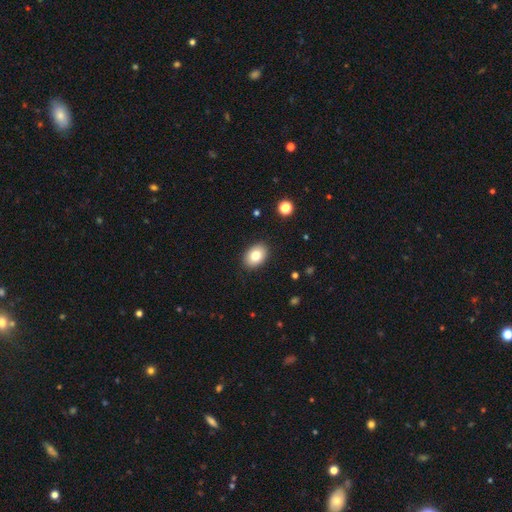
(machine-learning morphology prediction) Smooth or featured?
  - smooth: 81% *
  - featured or disk: 11%
  - star or artifact: 8%
How rounded?
  - in between: 76% *
  - round: 23%
  - cigar-shaped: 1%
Merging?
  - none: 89% *
  - minor disturbance: 8%
  - major disturbance: 2%
  - merger: 1%